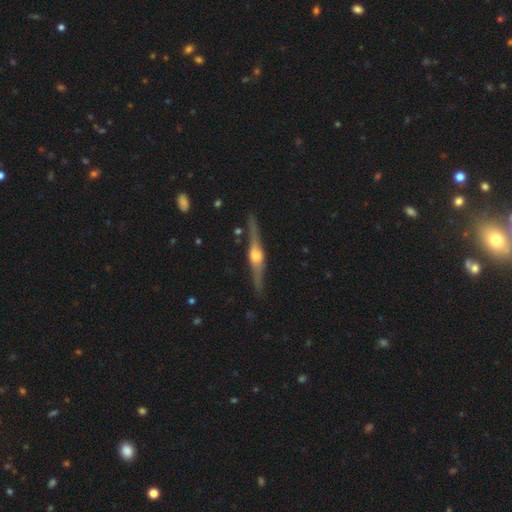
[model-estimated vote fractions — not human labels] Smooth or featured: featured or disk — 84% (smooth — 11%)
Edge-on disk: yes — 98% (no — 2%)
Edge-on bulge: rounded — 93% (boxy — 6%)
Merging: none — 87% (minor disturbance — 9%)